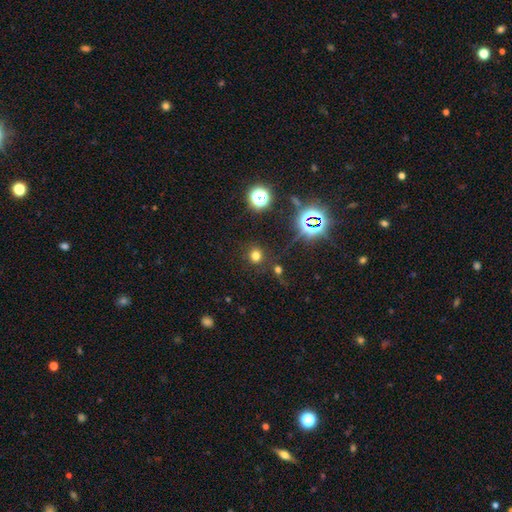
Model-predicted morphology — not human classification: This appears to be a smooth galaxy with no disk features (68%) that is round (89%). Merging: none (85%).